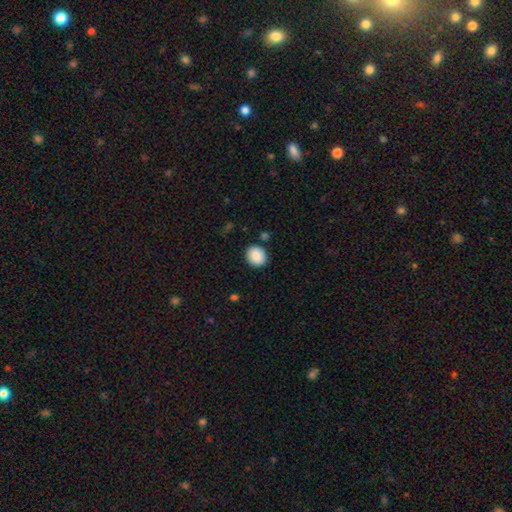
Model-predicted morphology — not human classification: type=smooth (86%); roundness=round (76%); merging=none (87%).